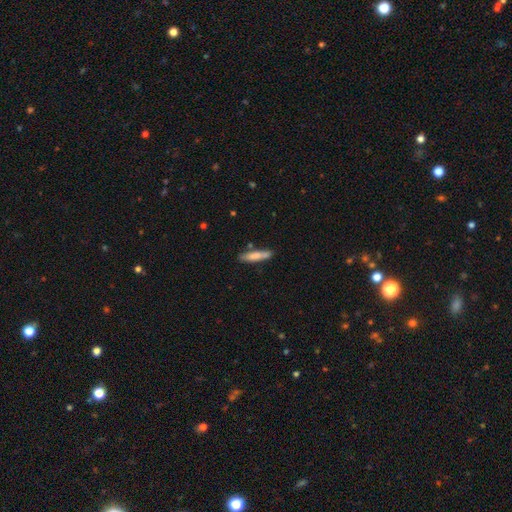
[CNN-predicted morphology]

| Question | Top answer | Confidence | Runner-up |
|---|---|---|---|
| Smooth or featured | smooth | 75% | featured or disk (19%) |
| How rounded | cigar-shaped | 84% | in between (14%) |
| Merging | none | 76% | minor disturbance (16%) |